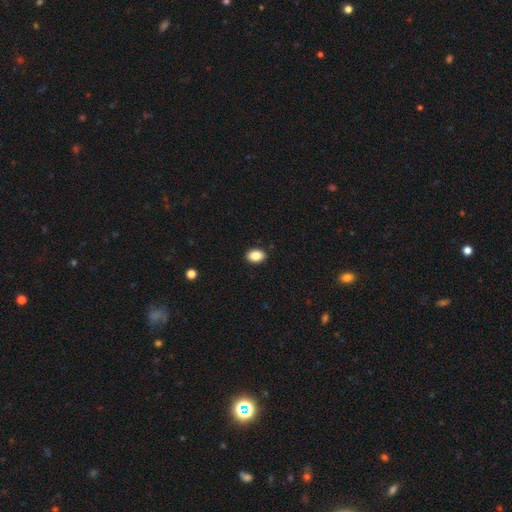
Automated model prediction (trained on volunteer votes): Smooth or featured?
  - smooth: 87% *
  - star or artifact: 8%
  - featured or disk: 5%
How rounded?
  - in between: 82% *
  - round: 17%
  - cigar-shaped: 1%
Merging?
  - none: 90% *
  - minor disturbance: 7%
  - major disturbance: 2%
  - merger: 1%